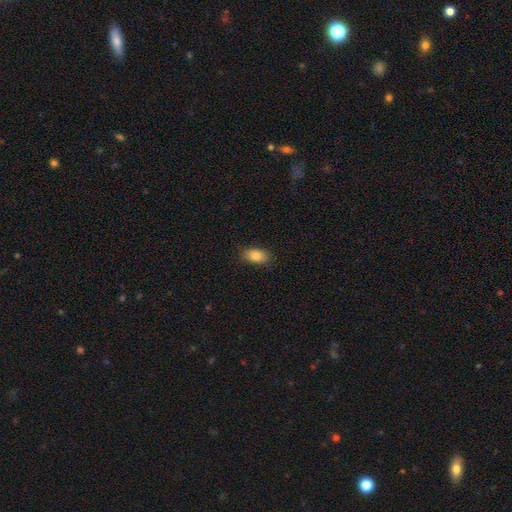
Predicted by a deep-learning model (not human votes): The model was most divided on "merging": none: 86%, minor disturbance: 11%, major disturbance: 2%, merger: 1%. More confident: how rounded — in between (91%); smooth or featured — smooth (85%).